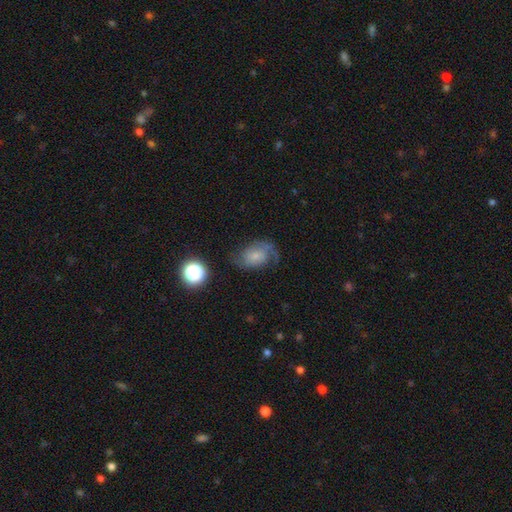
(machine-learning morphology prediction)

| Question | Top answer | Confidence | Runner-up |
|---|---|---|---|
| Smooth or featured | featured or disk | 67% | smooth (23%) |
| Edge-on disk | no | 97% | yes (3%) |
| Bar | no | 65% | weak (30%) |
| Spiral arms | yes | 92% | no (8%) |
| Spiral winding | medium | 44% | loose (35%) |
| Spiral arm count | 2 | 62% | 1 (24%) |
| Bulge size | small | 58% | moderate (27%) |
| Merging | none | 56% | minor disturbance (22%) |